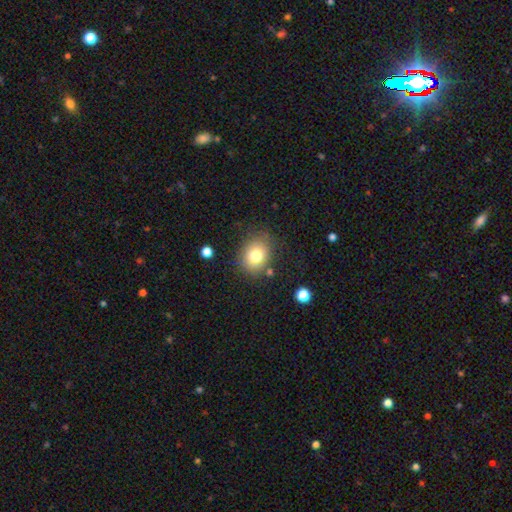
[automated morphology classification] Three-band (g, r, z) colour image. It shows a smooth galaxy with no disk features (77%) that is round (57%). Merging: none (78%).